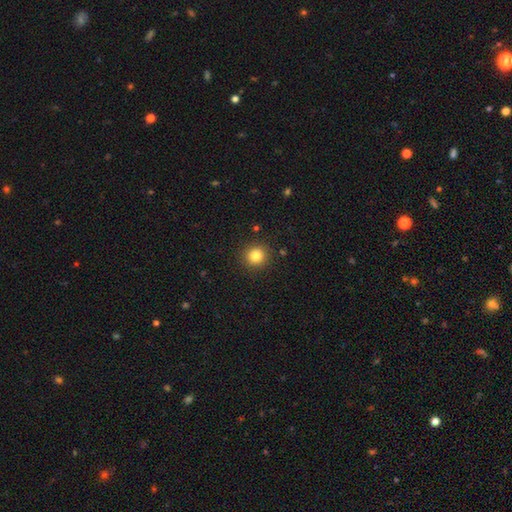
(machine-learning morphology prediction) Smooth or featured? smooth (83%)
How rounded? round (92%)
Merging? none (91%)